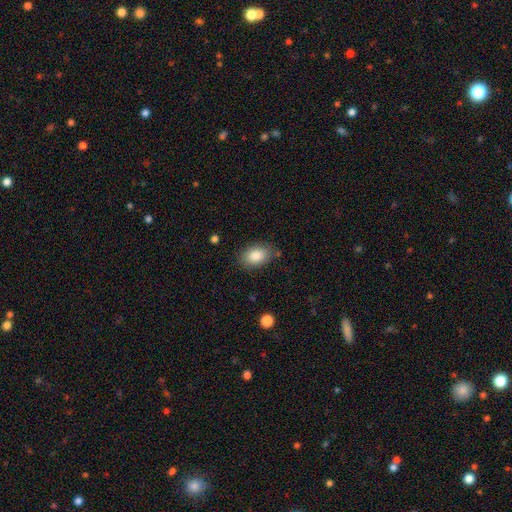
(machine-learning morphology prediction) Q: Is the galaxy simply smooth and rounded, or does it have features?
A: smooth — 86%.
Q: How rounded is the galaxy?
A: in between — 87%.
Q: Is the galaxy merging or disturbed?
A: none — 80%.